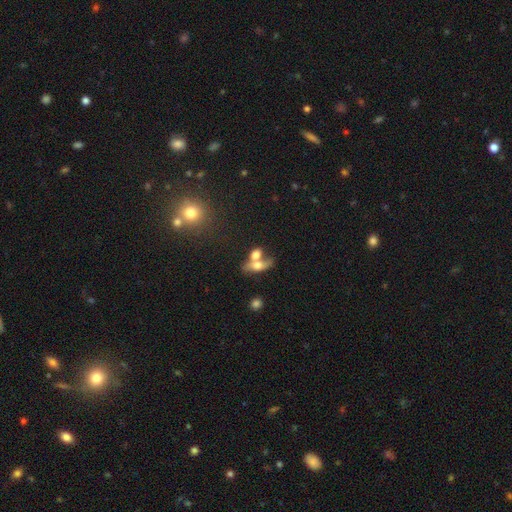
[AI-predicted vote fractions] smooth-or-featured: smooth: 60% | featured or disk: 29% | star or artifact: 11%
  how-rounded: in between: 67% | round: 17% | cigar-shaped: 16%
  merging: merger: 57% | none: 28% | minor disturbance: 9% | major disturbance: 6%